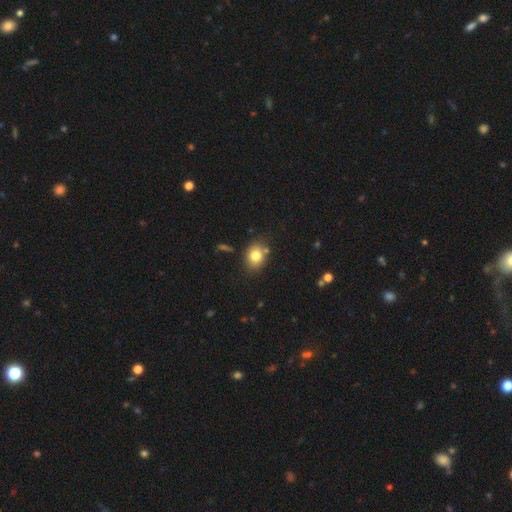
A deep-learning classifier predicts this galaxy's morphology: smooth 78%, star or artifact 11%, featured or disk 10%. Down the decision tree: how rounded — round (55%); merging — none (77%).